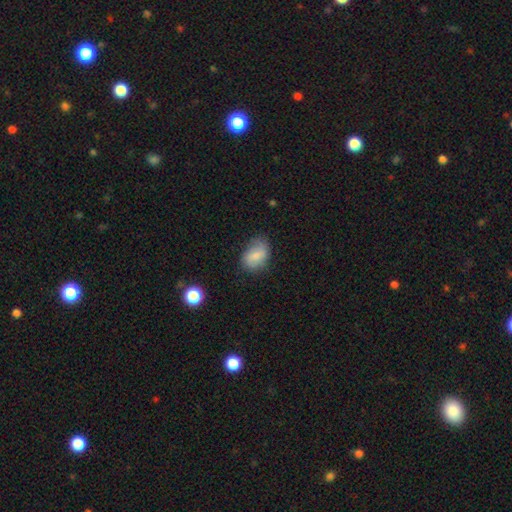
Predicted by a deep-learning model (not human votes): Smooth or featured?
  - smooth: 74% *
  - featured or disk: 18%
  - star or artifact: 8%
How rounded?
  - in between: 82% *
  - round: 16%
  - cigar-shaped: 2%
Merging?
  - none: 66% *
  - minor disturbance: 25%
  - major disturbance: 7%
  - merger: 2%